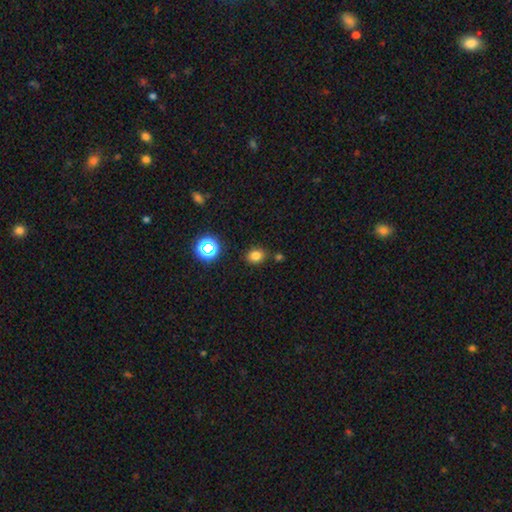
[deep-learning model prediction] A smooth galaxy with no disk features (77%) that is round (54%). Merging: none (80%).